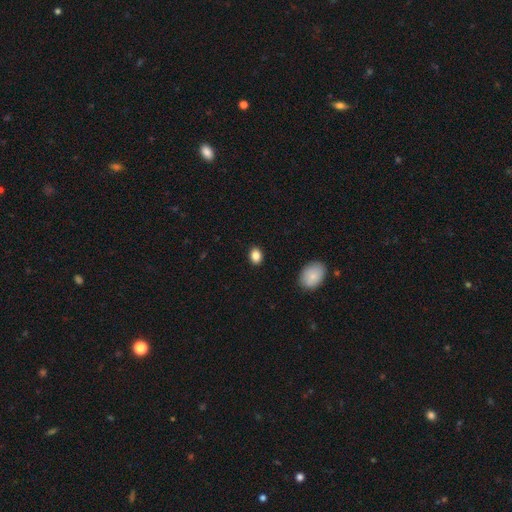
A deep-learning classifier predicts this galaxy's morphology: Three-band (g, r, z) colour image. It shows a smooth galaxy with no disk features (85%) that is in between round and cigar-shaped (60%). Merging: none (89%).